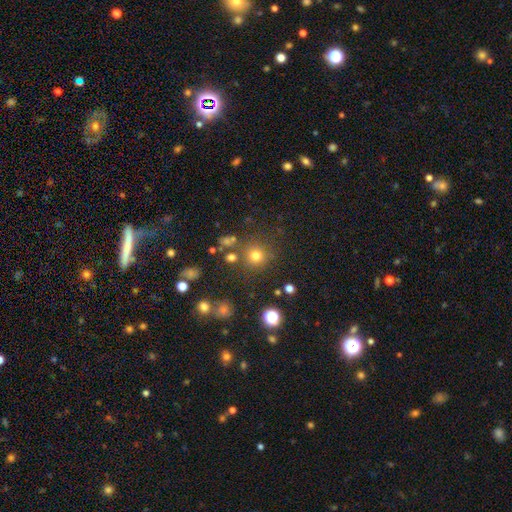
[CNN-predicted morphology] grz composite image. It shows a smooth galaxy with no disk features (74%) that is round (94%). Merging: none (80%).